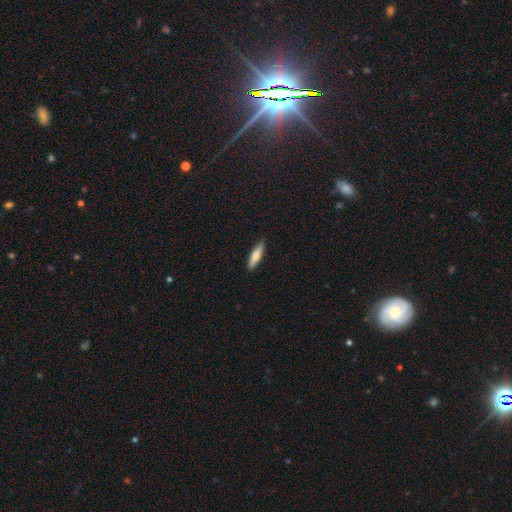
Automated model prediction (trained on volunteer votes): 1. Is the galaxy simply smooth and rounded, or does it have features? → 68% smooth, 27% featured or disk, 6% star or artifact.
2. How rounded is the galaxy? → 70% cigar-shaped, 29% in between, 2% round.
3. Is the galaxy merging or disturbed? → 90% none, 7% minor disturbance, 2% major disturbance, 1% merger.